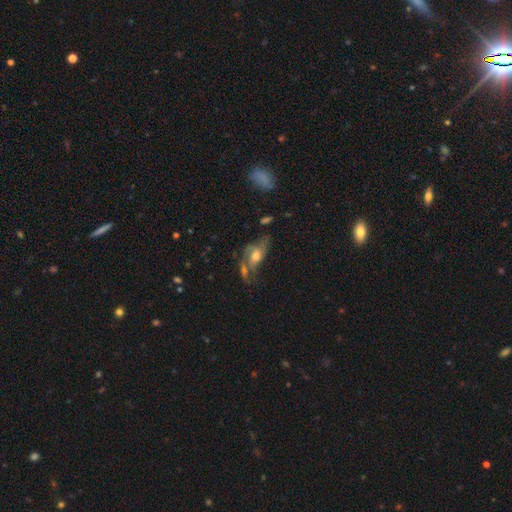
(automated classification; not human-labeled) featured or disk 65%, smooth 26%, star or artifact 9%. Down the decision tree: edge-on disk — no (92%); bar — no (72%); spiral arms — yes (79%); bulge size — moderate (63%); merging — none (31%).